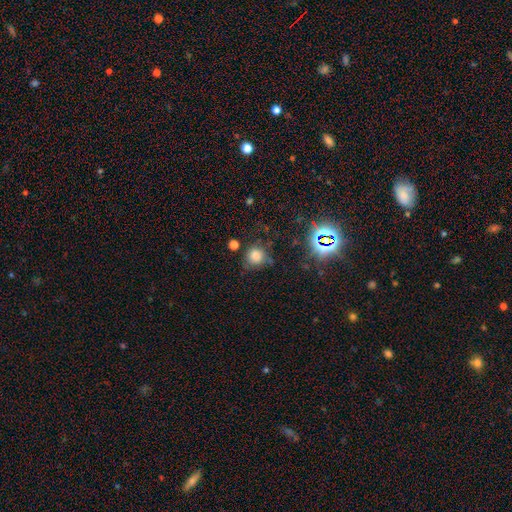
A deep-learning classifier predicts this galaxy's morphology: smooth 73%, star or artifact 19%, featured or disk 8%. Down the decision tree: how rounded — round (86%); merging — none (66%).